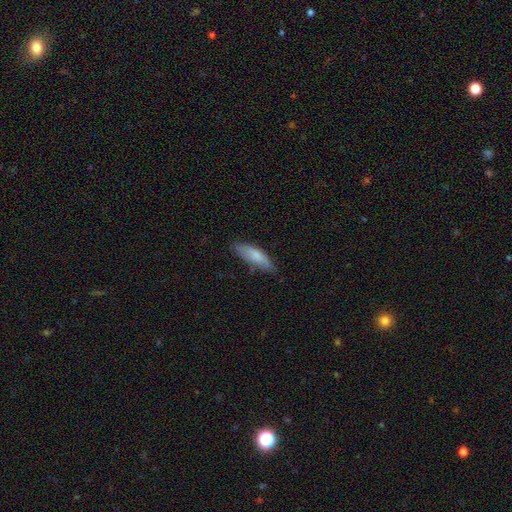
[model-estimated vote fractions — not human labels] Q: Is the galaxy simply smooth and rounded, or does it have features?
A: smooth — 77%.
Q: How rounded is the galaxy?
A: cigar-shaped — 53%.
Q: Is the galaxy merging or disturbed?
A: none — 69%.